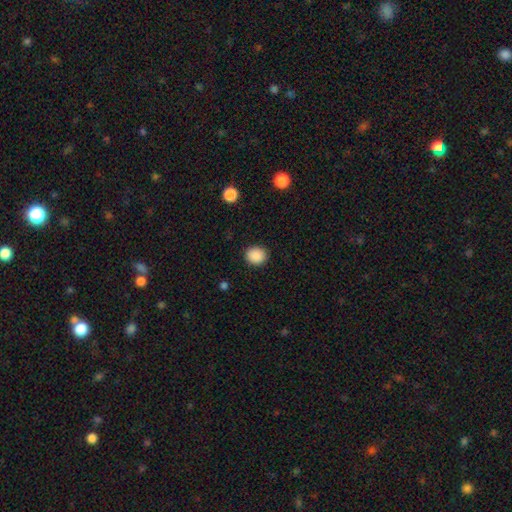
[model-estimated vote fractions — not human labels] smooth-or-featured: smooth: 89% | star or artifact: 9% | featured or disk: 2%
  how-rounded: round: 74% | in between: 25% | cigar-shaped: 1%
  merging: none: 90% | minor disturbance: 7% | major disturbance: 2% | merger: 1%